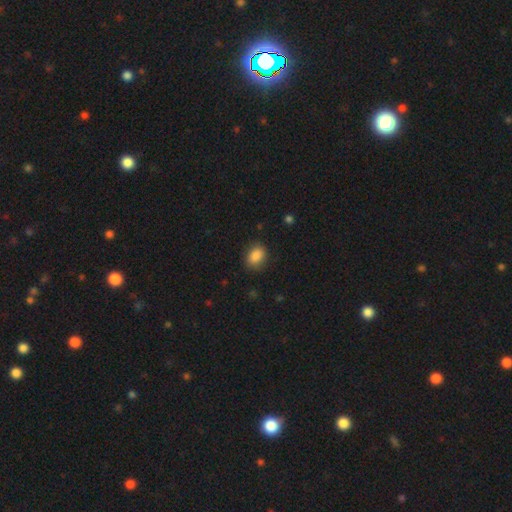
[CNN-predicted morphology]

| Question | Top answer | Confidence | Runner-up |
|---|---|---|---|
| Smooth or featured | smooth | 87% | star or artifact (9%) |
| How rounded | in between | 71% | round (28%) |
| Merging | none | 84% | minor disturbance (11%) |